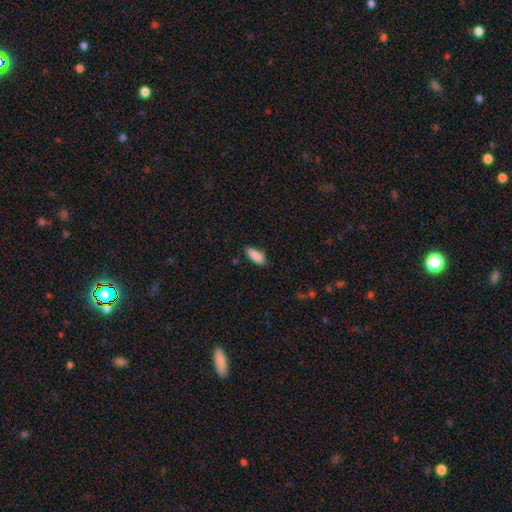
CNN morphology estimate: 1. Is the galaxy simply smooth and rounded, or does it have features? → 89% smooth, 6% star or artifact, 5% featured or disk.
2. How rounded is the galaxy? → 78% in between, 20% cigar-shaped, 2% round.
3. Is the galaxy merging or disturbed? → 84% none, 13% minor disturbance, 2% major disturbance, 1% merger.